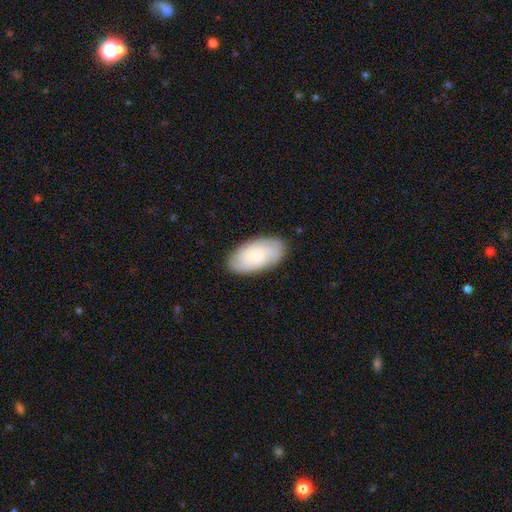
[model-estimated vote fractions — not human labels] smooth 65%, featured or disk 28%, star or artifact 6%. Down the decision tree: how rounded — in between (95%); merging — none (85%).